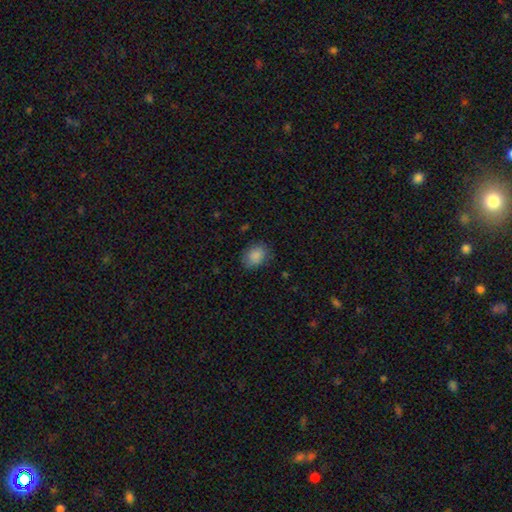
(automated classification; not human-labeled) This is clearly a smooth galaxy (88%). How rounded: likely in between (61%). Merging: clearly none (82%).